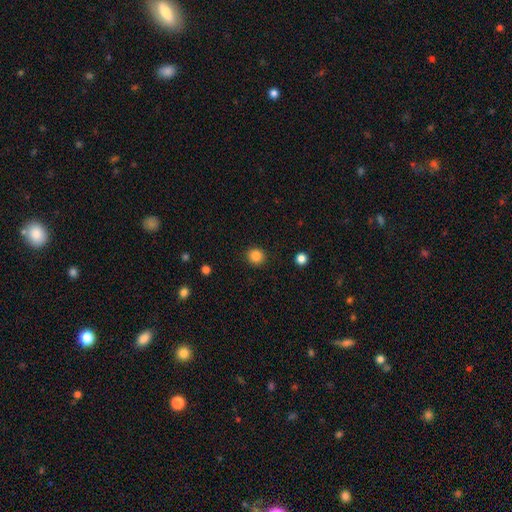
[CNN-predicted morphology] This appears to be a smooth galaxy with no disk features (86%) that is round (91%). Merging: none (91%).